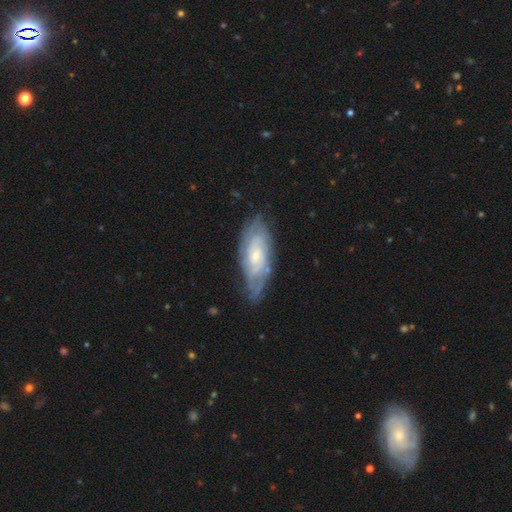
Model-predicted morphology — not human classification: featured or disk 72%, smooth 22%, star or artifact 6%. Down the decision tree: edge-on disk — no (88%); bar — no (70%); spiral arms — yes (87%); spiral arm count — can't tell (57%); spiral winding — tight (65%); bulge size — small (60%); merging — none (71%).